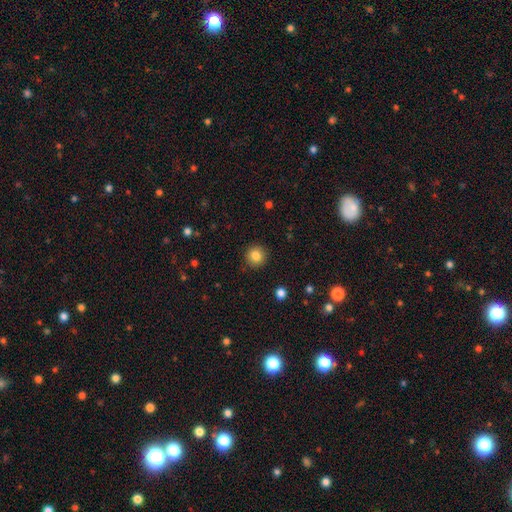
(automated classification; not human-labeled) Smooth or featured? Predicted: smooth (p=0.83). How rounded? Predicted: round (p=0.93). Merging? Predicted: none (p=0.91).